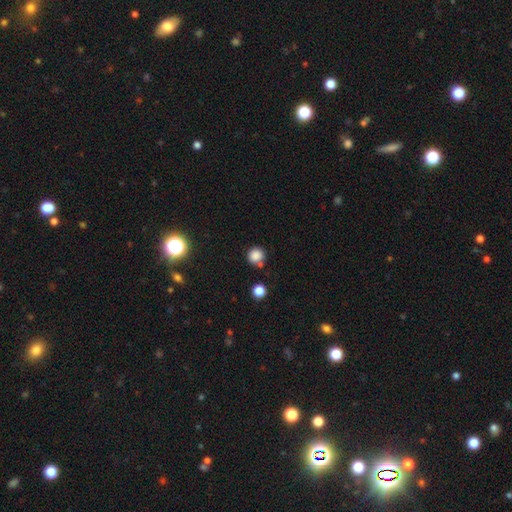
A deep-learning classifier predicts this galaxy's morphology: This appears to be a smooth galaxy with no disk features (83%) that is round (90%). Merging: none (71%).